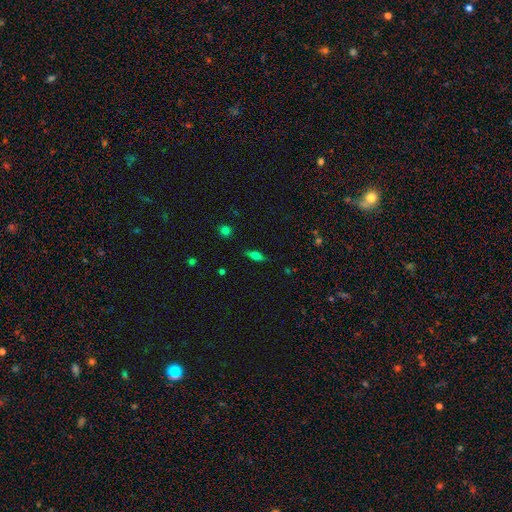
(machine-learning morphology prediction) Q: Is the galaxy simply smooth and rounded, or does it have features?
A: smooth — 57%.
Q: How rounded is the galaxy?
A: in between — 63%.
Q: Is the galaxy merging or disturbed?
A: none — 85%.